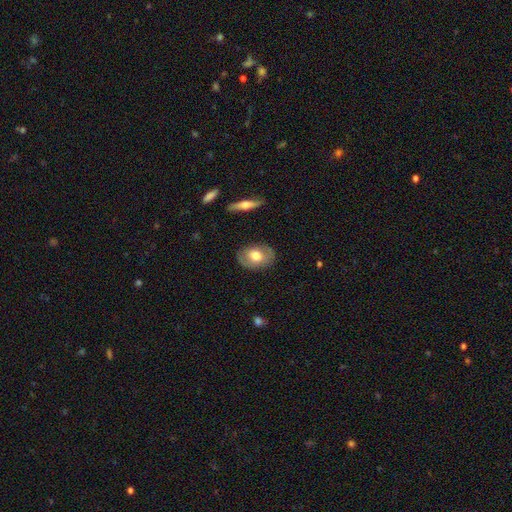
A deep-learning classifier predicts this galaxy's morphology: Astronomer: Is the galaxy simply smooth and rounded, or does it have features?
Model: smooth — 61%.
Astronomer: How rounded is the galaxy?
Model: in between — 76%.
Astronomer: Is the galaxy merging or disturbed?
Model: none — 82%.